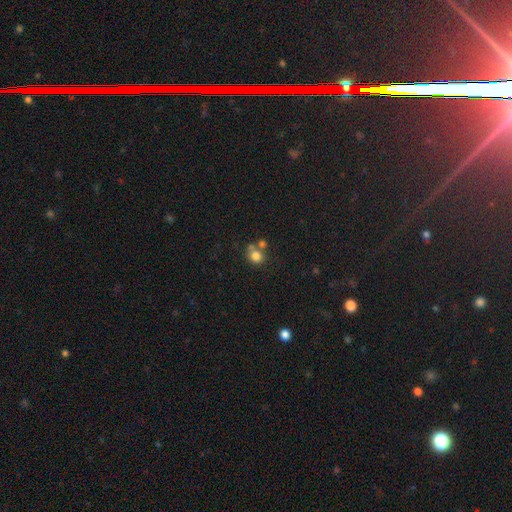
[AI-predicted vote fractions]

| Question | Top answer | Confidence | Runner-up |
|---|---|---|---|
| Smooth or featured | smooth | 78% | star or artifact (12%) |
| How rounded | round | 79% | in between (20%) |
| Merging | none | 52% | merger (33%) |